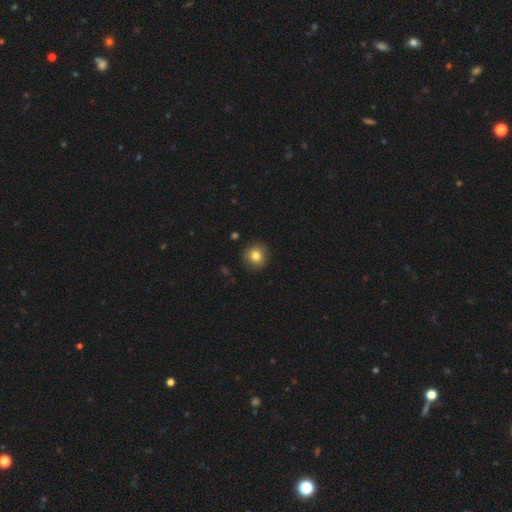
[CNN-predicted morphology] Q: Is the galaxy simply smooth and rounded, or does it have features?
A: smooth — 81%.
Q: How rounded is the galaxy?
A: round — 92%.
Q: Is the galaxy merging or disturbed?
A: none — 89%.